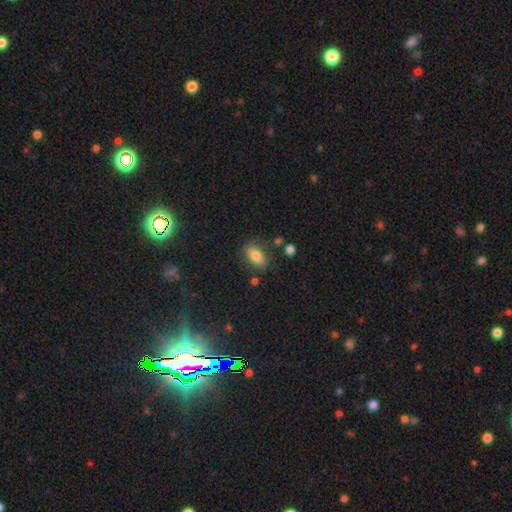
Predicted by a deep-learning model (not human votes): This appears to be a smooth galaxy with no disk features (78%) that is in between round and cigar-shaped (88%). Merging: none (74%).